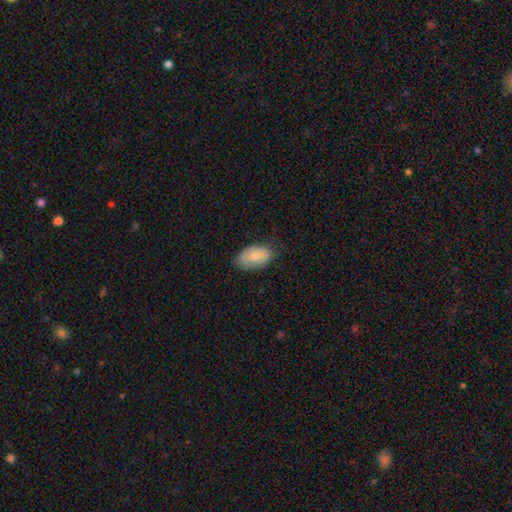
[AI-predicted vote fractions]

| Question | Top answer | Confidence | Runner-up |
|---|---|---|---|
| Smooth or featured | smooth | 77% | featured or disk (16%) |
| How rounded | in between | 93% | round (5%) |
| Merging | none | 71% | minor disturbance (23%) |